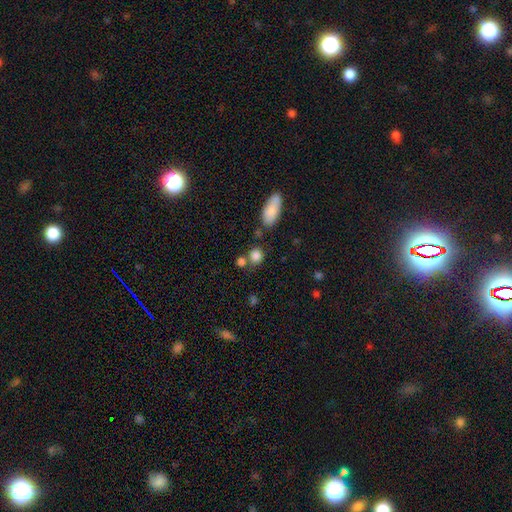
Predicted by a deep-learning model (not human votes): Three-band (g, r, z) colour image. It shows a smooth galaxy with no disk features (83%) that is round (73%). Merging: none (62%).